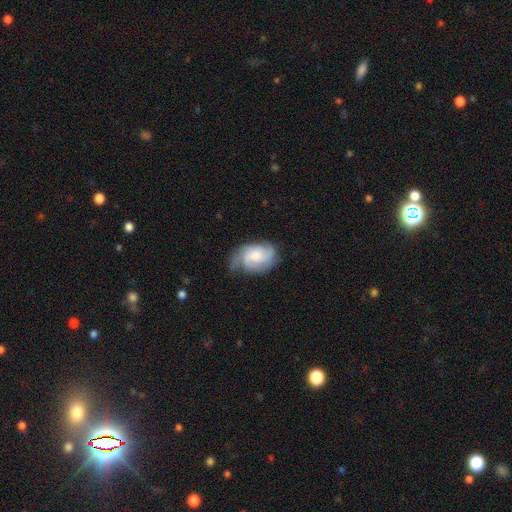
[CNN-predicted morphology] This appears to be a featured or disk galaxy (63%) with no bar (68%), 3 (33%) medium (45%) spiral arms (91%) and a moderate central bulge (47%). Merging: none (49%).